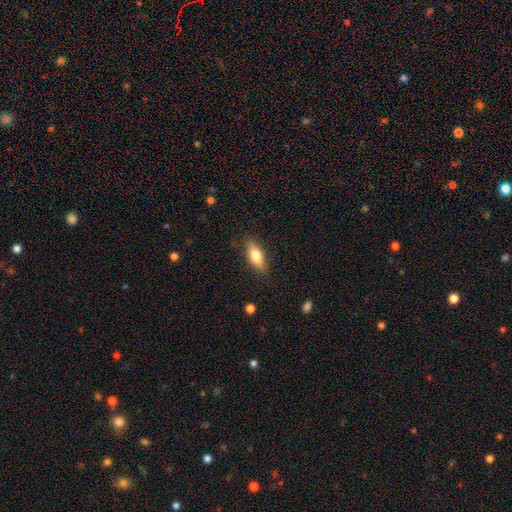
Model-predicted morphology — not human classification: Smooth or featured?
  - smooth: 71% *
  - featured or disk: 22%
  - star or artifact: 7%
How rounded?
  - in between: 73% *
  - cigar-shaped: 23%
  - round: 4%
Merging?
  - none: 84% *
  - minor disturbance: 12%
  - major disturbance: 3%
  - merger: 1%